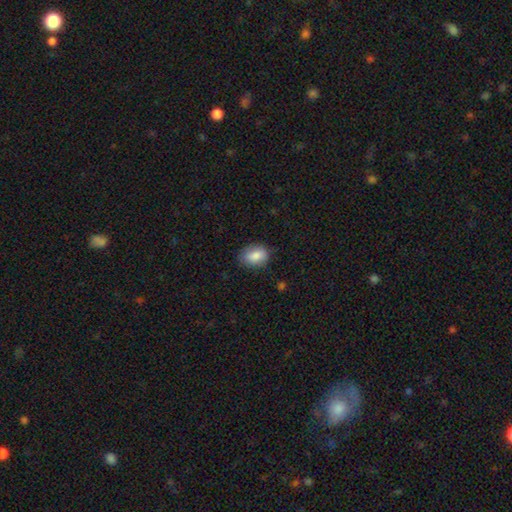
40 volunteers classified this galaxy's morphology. A smooth galaxy with no disk features (80%) that is in between round and cigar-shaped (72%).

Vote fractions:
- Smooth or featured? smooth: 80% / featured or disk: 20% / star or artifact: 0%
- How rounded? in between: 72% / round: 28% / cigar-shaped: 0%
- Merging? none: 75% / minor disturbance: 18% / major disturbance: 5% / merger: 2%